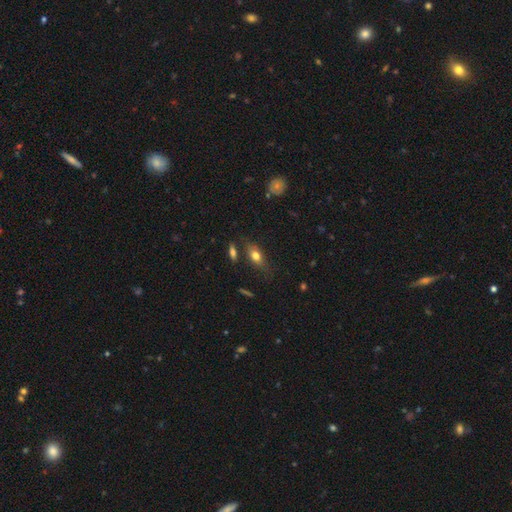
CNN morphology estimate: A smooth galaxy with no disk features (71%) that is in between round and cigar-shaped (78%).

Vote fractions:
- Smooth or featured? smooth: 71% / featured or disk: 19% / star or artifact: 9%
- How rounded? in between: 78% / cigar-shaped: 13% / round: 9%
- Merging? none: 68% / minor disturbance: 19% / major disturbance: 6% / merger: 6%